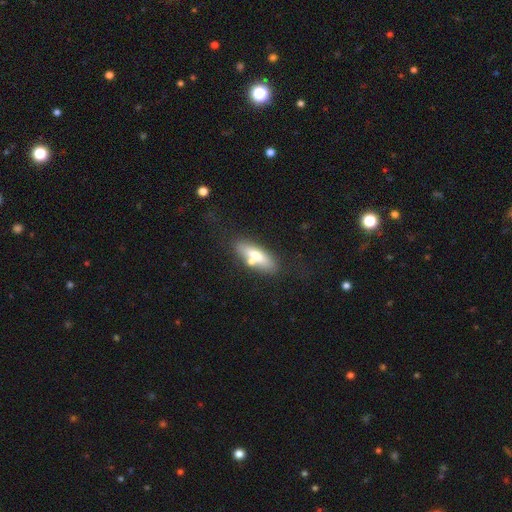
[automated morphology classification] A smooth galaxy with no disk features (66%) that is in between round and cigar-shaped (54%). Merging: none (66%).